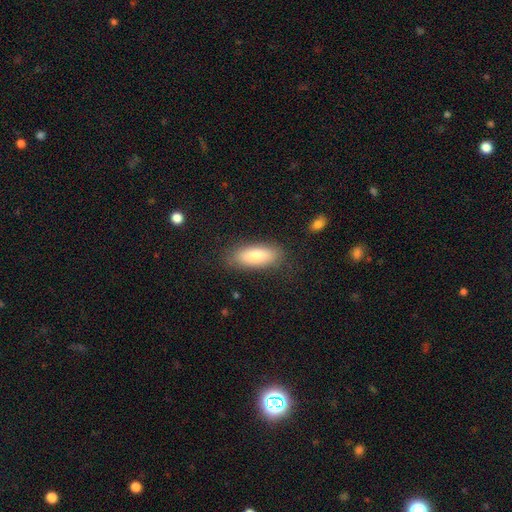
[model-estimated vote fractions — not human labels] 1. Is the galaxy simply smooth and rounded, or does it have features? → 80% smooth, 14% featured or disk, 6% star or artifact.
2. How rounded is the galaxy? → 79% in between, 19% cigar-shaped, 2% round.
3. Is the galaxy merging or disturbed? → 82% none, 13% minor disturbance, 4% major disturbance, 1% merger.